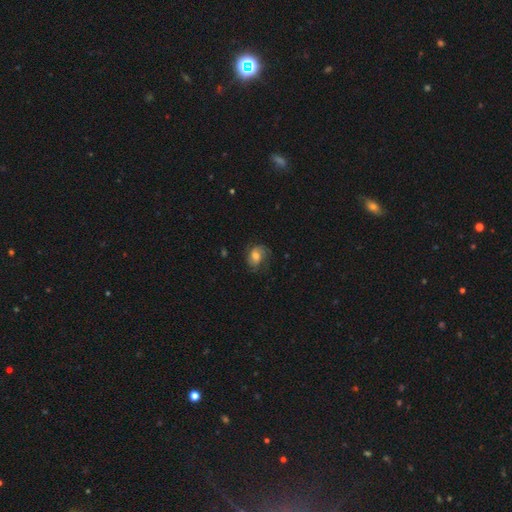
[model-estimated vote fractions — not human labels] The model was most divided on "smooth or featured": featured or disk: 52%, smooth: 38%, star or artifact: 10%. More confident: edge-on disk — no (97%); spiral arms — yes (85%); merging — none (59%); bar — no (59%); bulge size — moderate (57%).